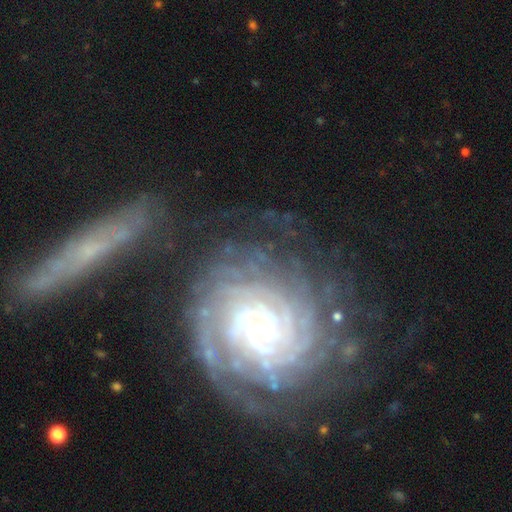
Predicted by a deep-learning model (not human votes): A featured or disk galaxy (84%) with no bar (65%), tight (83%) spiral arms (96%) and a small central bulge (68%).

Vote fractions:
- Smooth or featured? featured or disk: 84% / smooth: 8% / star or artifact: 8%
- Edge-on disk? no: 95% / yes: 5%
- Bar? no: 65% / weak: 23% / strong: 12%
- Spiral arms? yes: 96% / no: 4%
- Spiral winding? tight: 83% / medium: 14% / loose: 3%
- Spiral arm count? can't tell: 35% / 4: 15% / more than 4: 15% / 3: 13% / 2: 13% / 1: 8%
- Bulge size? small: 68% / moderate: 14% / none: 12% / large: 5% / dominant: 2%
- Merging? none: 63% / minor disturbance: 16% / merger: 11% / major disturbance: 10%